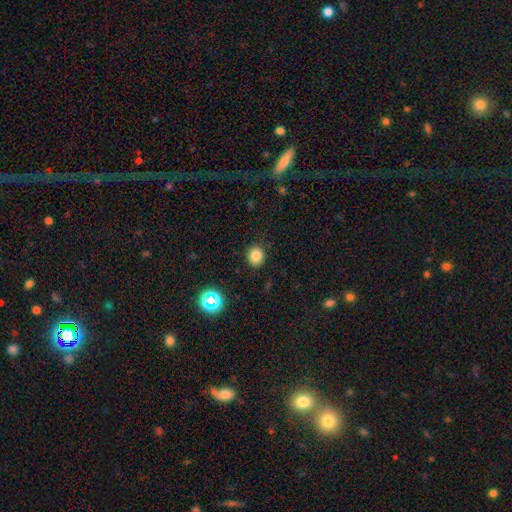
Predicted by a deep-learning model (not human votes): This appears to be a smooth galaxy with no disk features (81%) that is round (78%). Merging: none (88%).